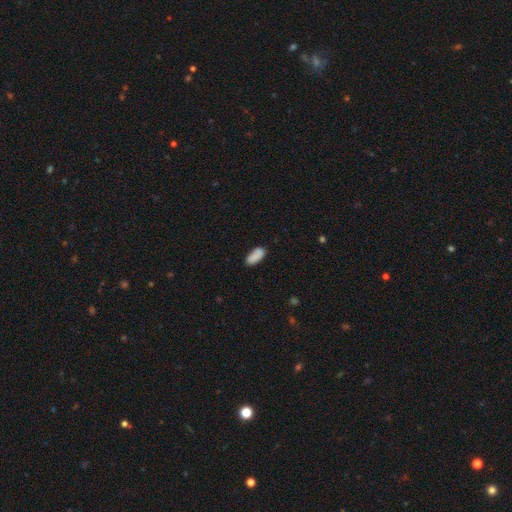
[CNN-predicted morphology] Smooth or featured: smooth — 86% (star or artifact — 7%)
How rounded: in between — 86% (cigar-shaped — 12%)
Merging: none — 76% (minor disturbance — 17%)